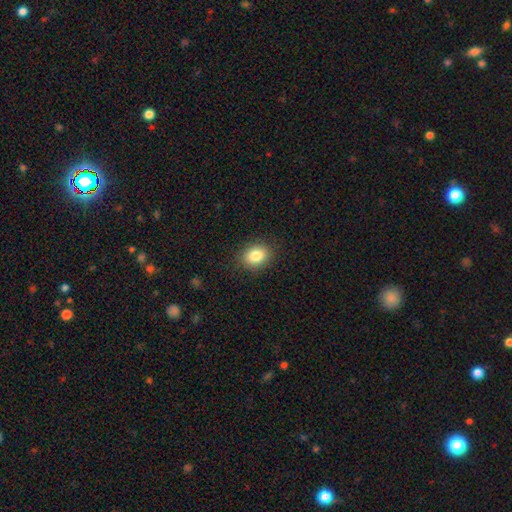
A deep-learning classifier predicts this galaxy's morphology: Smooth or featured? Predicted: smooth (p=0.84). How rounded? Predicted: in between (p=0.51). Merging? Predicted: none (p=0.88).